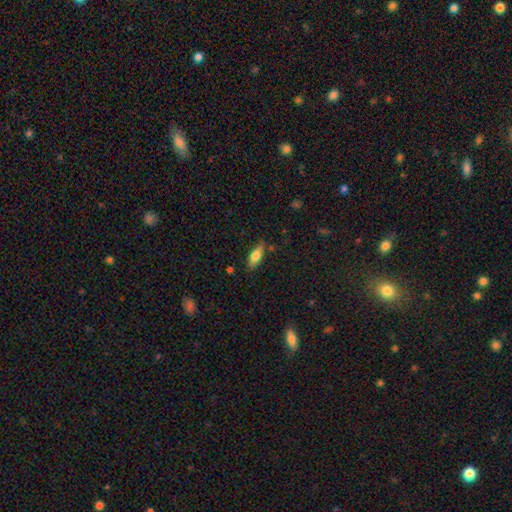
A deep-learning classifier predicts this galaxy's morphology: Smooth or featured? smooth (68%)
How rounded? in between (62%)
Merging? none (78%)